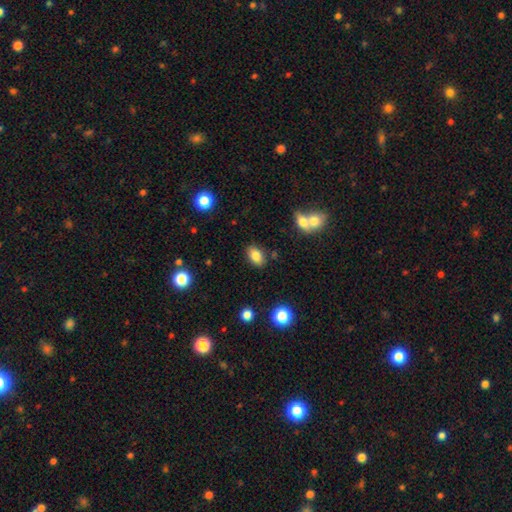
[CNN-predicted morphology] Smooth or featured: smooth — 81% (featured or disk — 9%)
How rounded: in between — 86% (round — 13%)
Merging: none — 83% (minor disturbance — 10%)